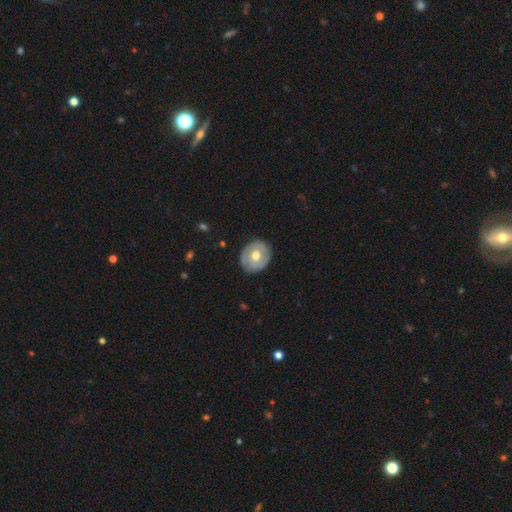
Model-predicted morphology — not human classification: Smooth or featured? featured or disk (49%)
Merging? none (83%)